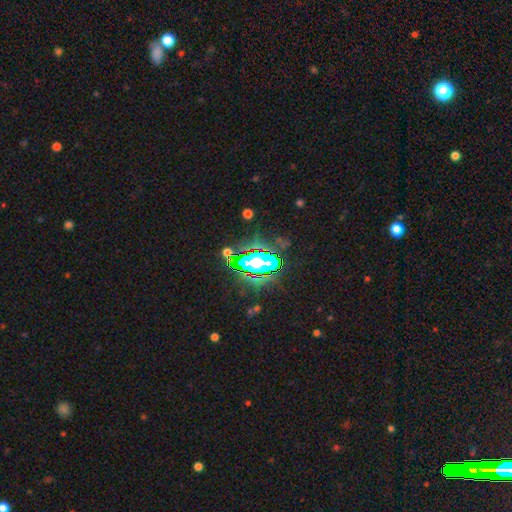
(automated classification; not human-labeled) Q: Smooth or featured?
A: star or artifact (78%); runner-up: smooth (12%)